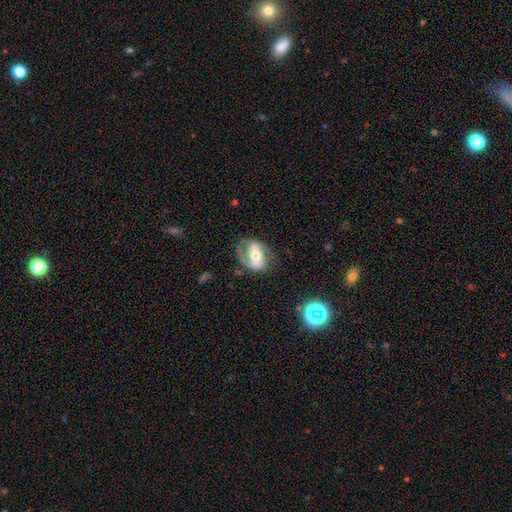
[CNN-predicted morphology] smooth-or-featured: featured or disk: 80% | smooth: 14% | star or artifact: 6%
  disk-edge-on: no: 96% | yes: 4%
    bar: strong: 47% | weak: 31% | no: 22%
    has-spiral-arms: yes: 90% | no: 10%
      spiral-winding: medium: 47% | loose: 27% | tight: 26%
      spiral-arm-count: 2: 82% | 1: 9% | can't tell: 6% | 3: 1% | 4: 1% | more than 4: 1%
    bulge-size: moderate: 60% | small: 31% | large: 7% | none: 2% | dominant: 1%
  merging: none: 69% | minor disturbance: 18% | major disturbance: 11% | merger: 2%